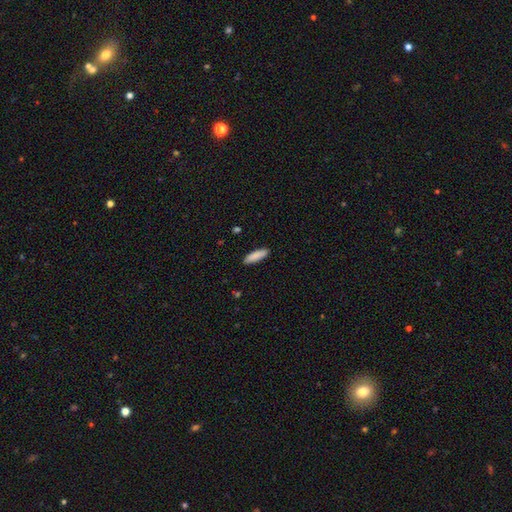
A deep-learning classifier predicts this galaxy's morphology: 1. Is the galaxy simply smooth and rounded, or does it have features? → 88% smooth, 6% featured or disk, 6% star or artifact.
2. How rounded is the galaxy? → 63% cigar-shaped, 35% in between, 1% round.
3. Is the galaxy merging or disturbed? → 89% none, 8% minor disturbance, 2% major disturbance, 1% merger.